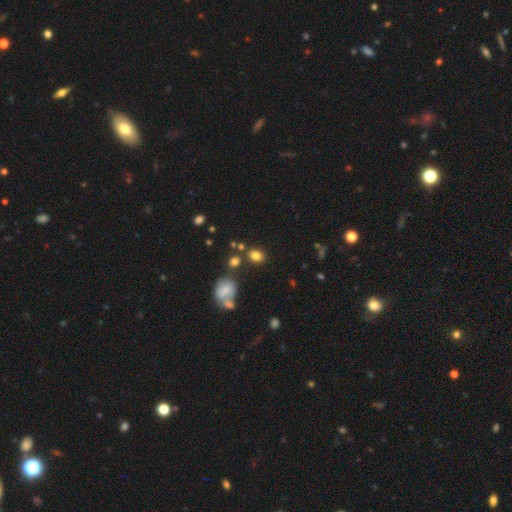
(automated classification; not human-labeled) Smooth or featured: smooth — 79% (star or artifact — 13%)
How rounded: in between — 62% (round — 36%)
Merging: none — 74% (minor disturbance — 12%)